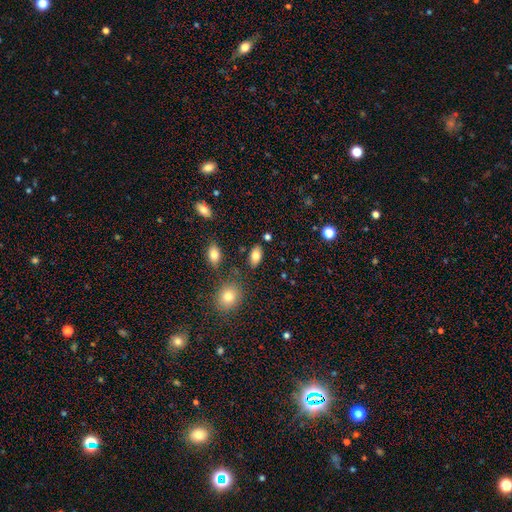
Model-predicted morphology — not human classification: type=smooth (80%); roundness=in between (91%); merging=none (81%).